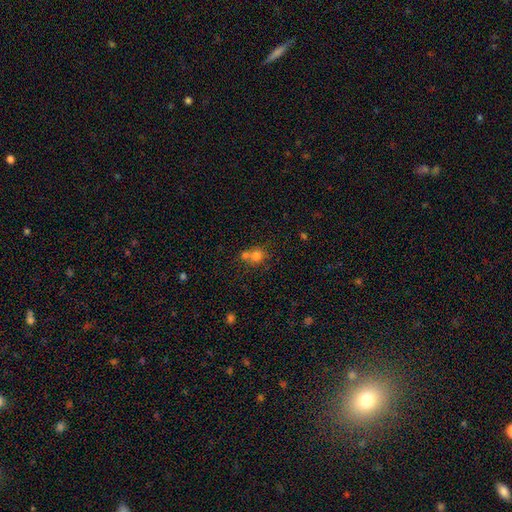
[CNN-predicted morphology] Q: Smooth or featured?
A: smooth (75%); runner-up: star or artifact (13%)
Q: How rounded?
A: round (80%); runner-up: in between (19%)
Q: Merging?
A: merger (47%); runner-up: none (41%)